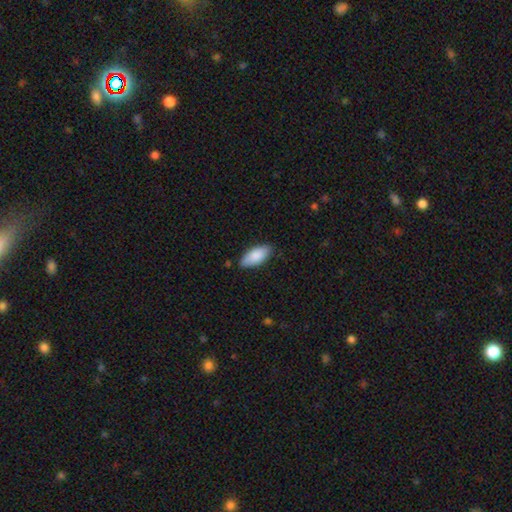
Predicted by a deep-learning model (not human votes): Smooth or featured? Predicted: smooth (p=0.86). How rounded? Predicted: in between (p=0.87). Merging? Predicted: none (p=0.83).